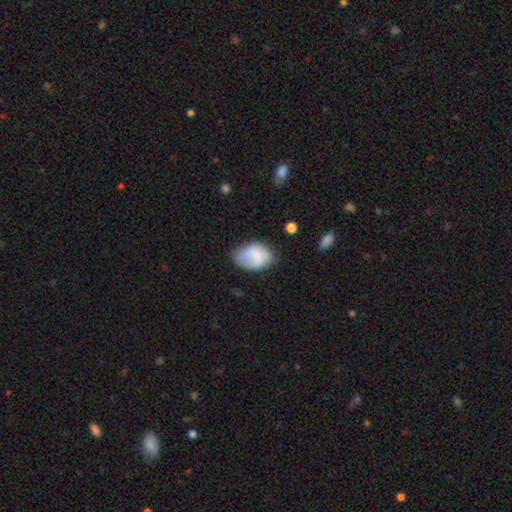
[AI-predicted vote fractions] Smooth or featured? smooth (59%)
How rounded? in between (78%)
Merging? none (54%)